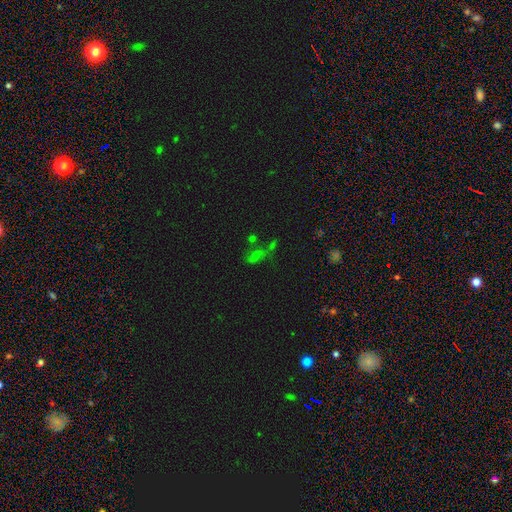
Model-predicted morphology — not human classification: Smooth or featured?
  - star or artifact: 38% *
  - smooth: 36%
  - featured or disk: 26%